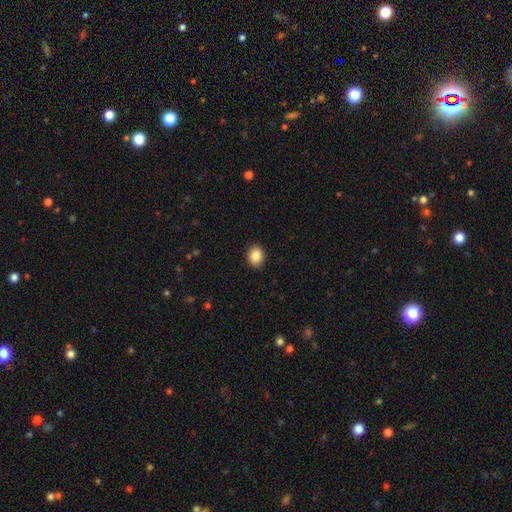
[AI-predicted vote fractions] The model was most divided on "how rounded": round: 52%, in between: 47%, cigar-shaped: 1%. More confident: merging — none (91%); smooth or featured — smooth (87%).